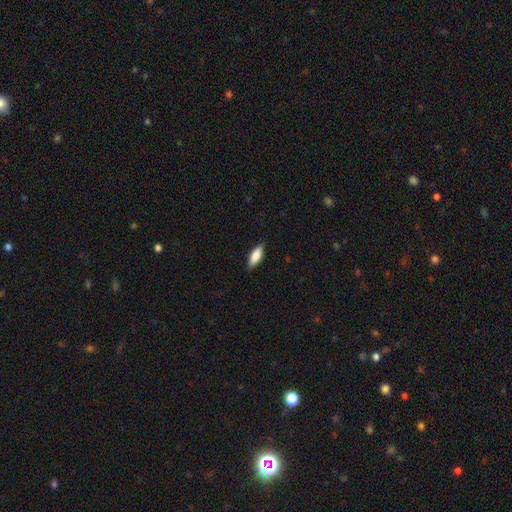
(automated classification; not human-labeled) smooth 80%, featured or disk 14%, star or artifact 6%. Down the decision tree: how rounded — in between (72%); merging — none (86%).